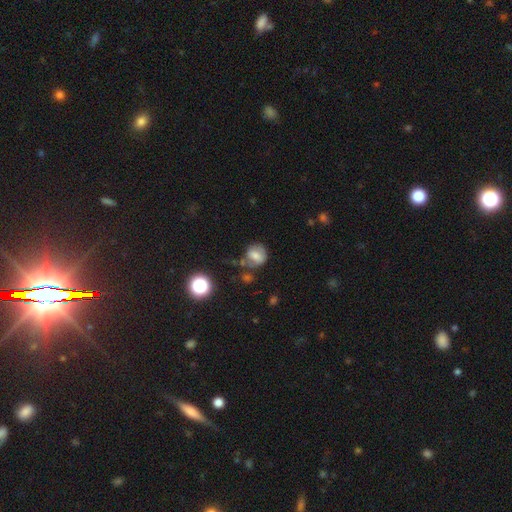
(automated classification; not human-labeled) smooth 63%, featured or disk 24%, star or artifact 13%. Down the decision tree: how rounded — round (68%); merging — none (54%).